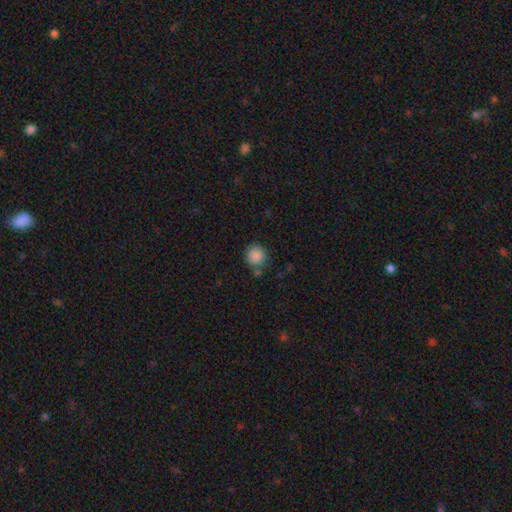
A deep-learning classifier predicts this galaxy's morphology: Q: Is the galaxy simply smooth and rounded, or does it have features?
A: smooth — 88%.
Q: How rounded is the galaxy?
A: round — 89%.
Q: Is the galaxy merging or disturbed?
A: none — 76%.